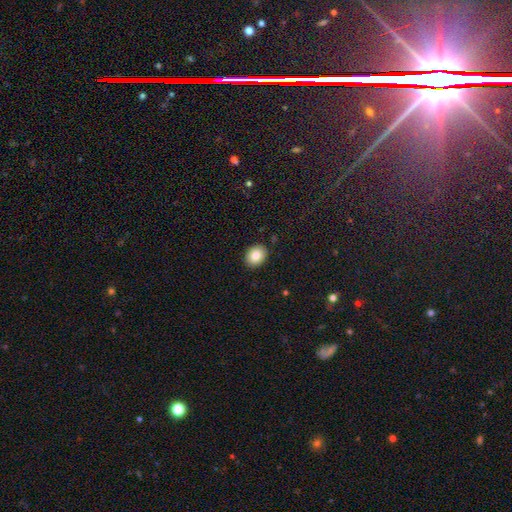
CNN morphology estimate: smooth_or_featured: smooth (p=0.83) [alt: star or artifact p=0.08]
how_rounded: round (p=0.53) [alt: in between p=0.46]
merging: none (p=0.90) [alt: minor disturbance p=0.07]